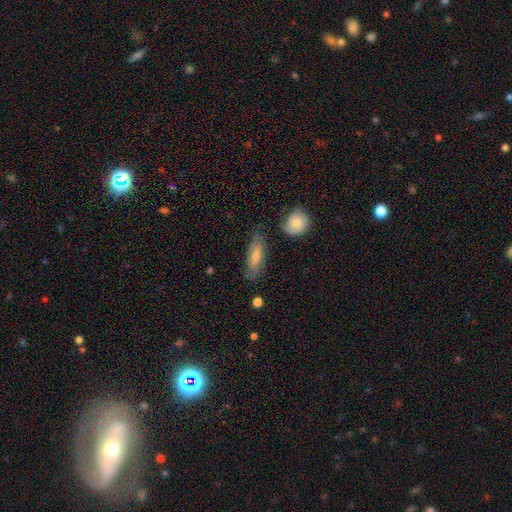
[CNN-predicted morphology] smooth 56%, featured or disk 35%, star or artifact 8%. Down the decision tree: how rounded — in between (62%); merging — none (71%).